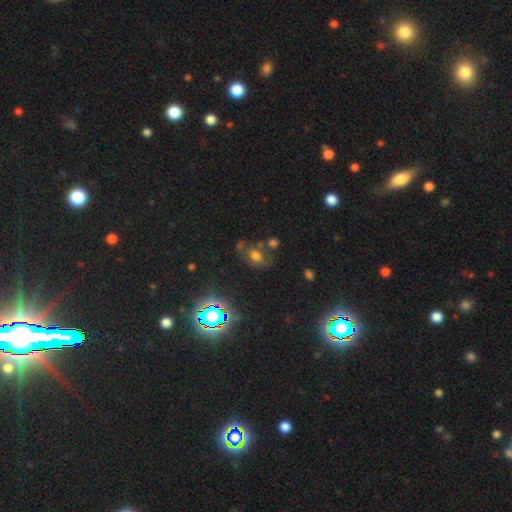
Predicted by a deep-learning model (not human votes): This is possibly a smooth galaxy (49%). Merging: possibly none (57%).